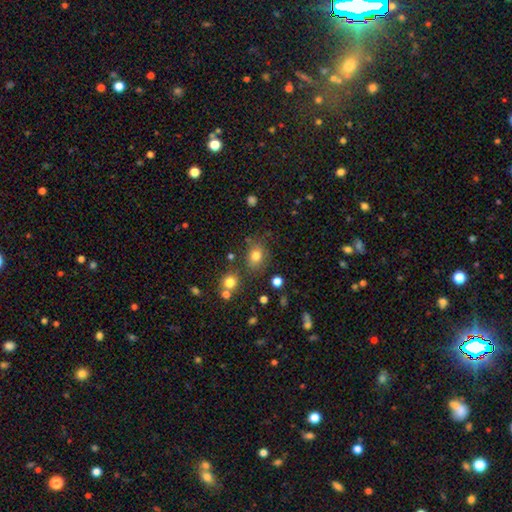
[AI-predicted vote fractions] Q: Smooth or featured?
A: smooth (77%); runner-up: star or artifact (14%)
Q: How rounded?
A: in between (50%); runner-up: round (49%)
Q: Merging?
A: none (74%); runner-up: minor disturbance (15%)